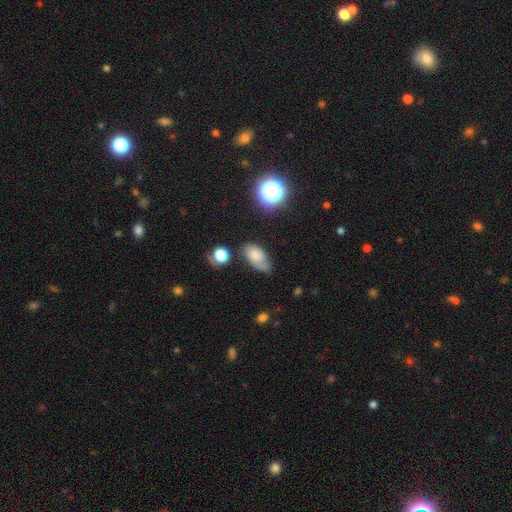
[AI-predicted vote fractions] Smooth or featured? smooth (57%)
How rounded? in between (88%)
Merging? none (59%)